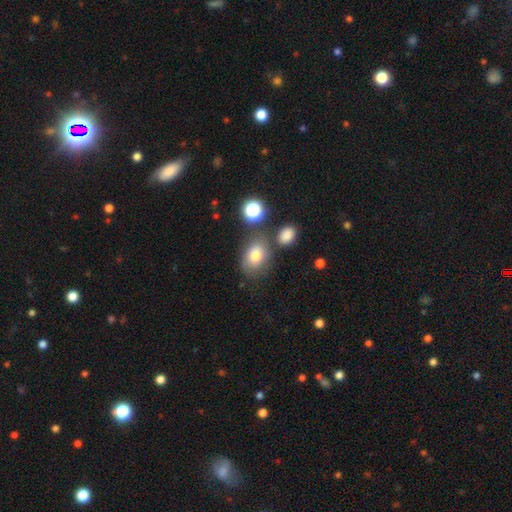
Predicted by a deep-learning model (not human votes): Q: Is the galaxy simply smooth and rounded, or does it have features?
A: smooth — 74%.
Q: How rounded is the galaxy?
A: in between — 69%.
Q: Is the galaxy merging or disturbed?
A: none — 65%.